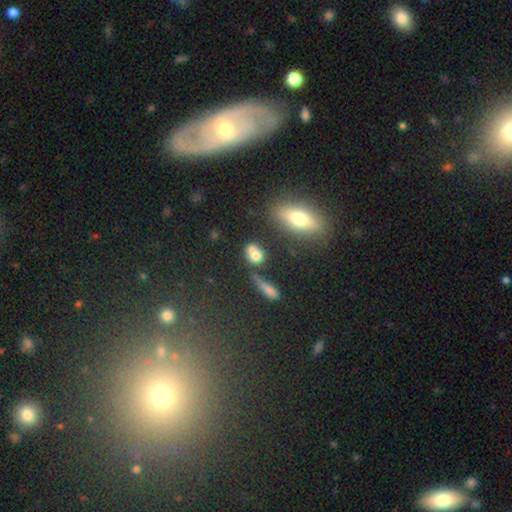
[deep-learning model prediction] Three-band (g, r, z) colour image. It shows a smooth galaxy with no disk features (69%) that is round (51%). Merging: none (41%).